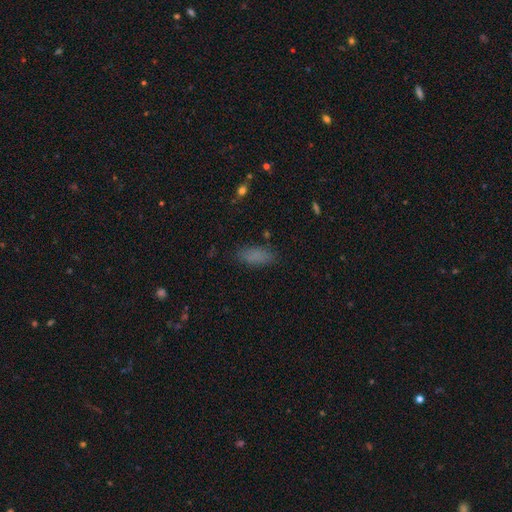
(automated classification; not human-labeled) smooth_or_featured: smooth (p=0.82) [alt: star or artifact p=0.11]
how_rounded: in between (p=0.75) [alt: cigar-shaped p=0.23]
merging: none (p=0.81) [alt: minor disturbance p=0.13]